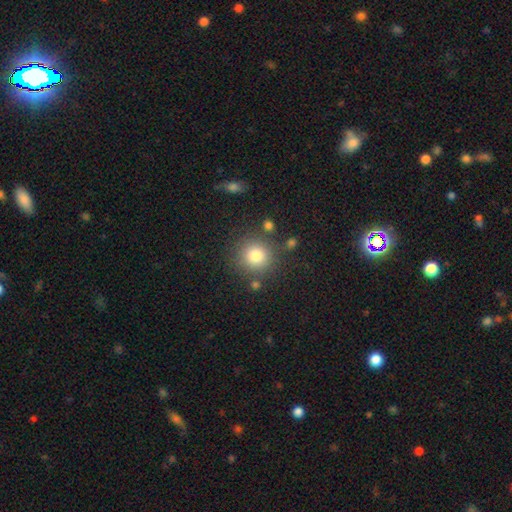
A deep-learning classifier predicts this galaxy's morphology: Q: Smooth or featured?
A: smooth (81%); runner-up: star or artifact (11%)
Q: How rounded?
A: round (92%); runner-up: in between (7%)
Q: Merging?
A: none (81%); runner-up: minor disturbance (10%)